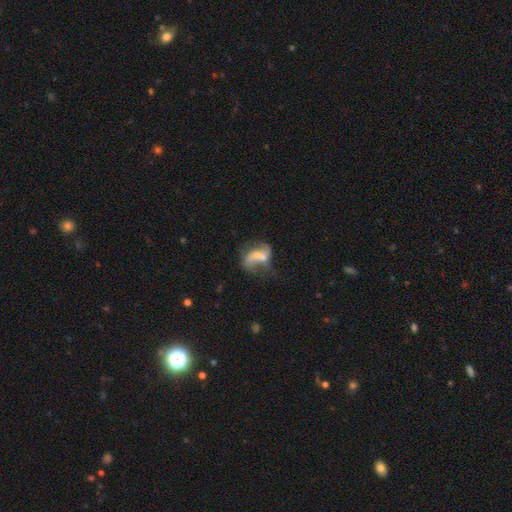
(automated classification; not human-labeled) This appears to be a featured or disk galaxy (65%) with no bar (51%), spiral arms (75%) and a small central bulge (44%). Merging: none (34%).